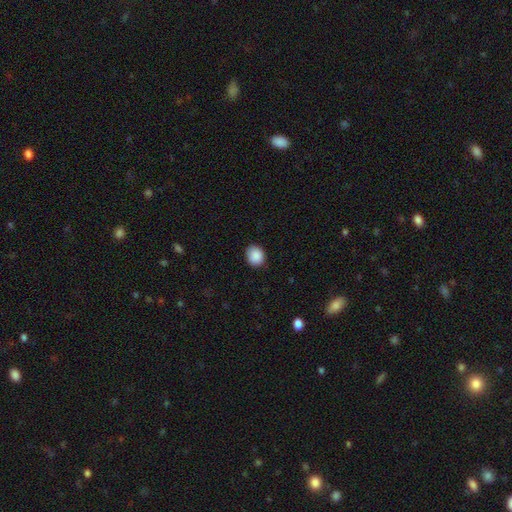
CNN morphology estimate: Smooth or featured?
  - smooth: 89% *
  - star or artifact: 8%
  - featured or disk: 3%
How rounded?
  - round: 59% *
  - in between: 40%
  - cigar-shaped: 1%
Merging?
  - none: 86% *
  - minor disturbance: 11%
  - major disturbance: 2%
  - merger: 1%